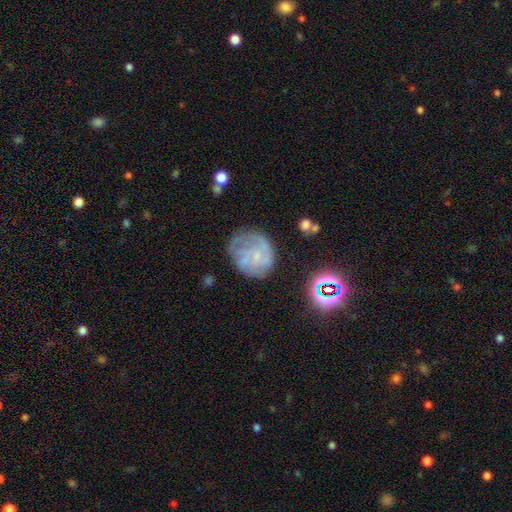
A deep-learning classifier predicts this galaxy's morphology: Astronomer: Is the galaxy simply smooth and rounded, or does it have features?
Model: featured or disk — 59%.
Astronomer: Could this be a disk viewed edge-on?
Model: no — 98%.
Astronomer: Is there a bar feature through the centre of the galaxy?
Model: no — 68%.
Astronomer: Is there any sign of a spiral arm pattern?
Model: yes — 76%.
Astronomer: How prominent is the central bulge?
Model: small — 60%.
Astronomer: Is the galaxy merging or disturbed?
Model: none — 52%.